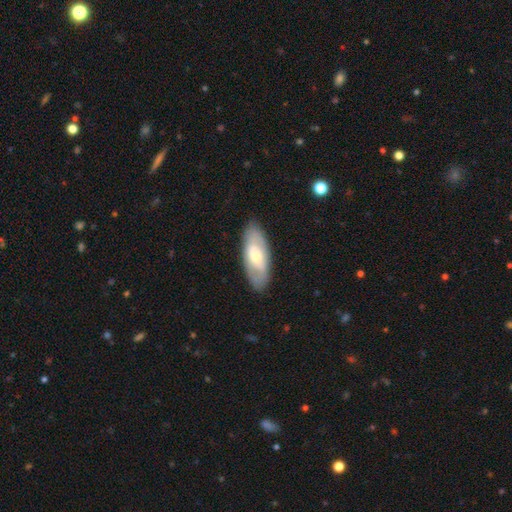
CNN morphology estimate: The model was most divided on "smooth or featured": smooth: 48%, featured or disk: 46%, star or artifact: 6%. More confident: merging — none (84%).